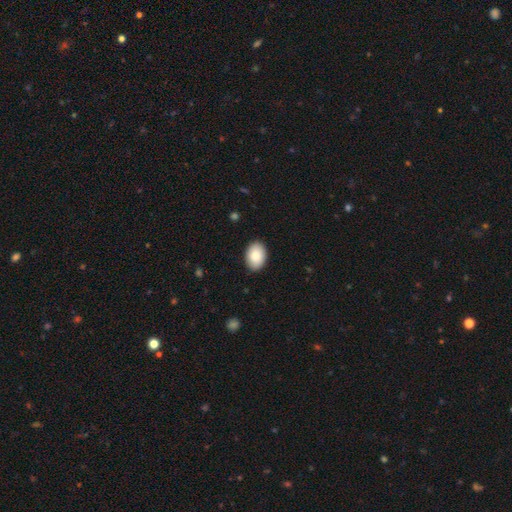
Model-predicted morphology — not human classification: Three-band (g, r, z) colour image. It shows a smooth galaxy with no disk features (87%) that is in between round and cigar-shaped (85%). Merging: none (89%).